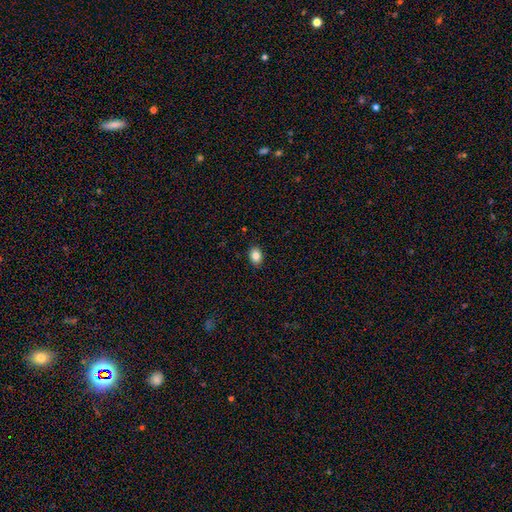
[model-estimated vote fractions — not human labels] The model was most divided on "how rounded": in between: 67%, round: 32%, cigar-shaped: 1%. More confident: merging — none (90%); smooth or featured — smooth (85%).